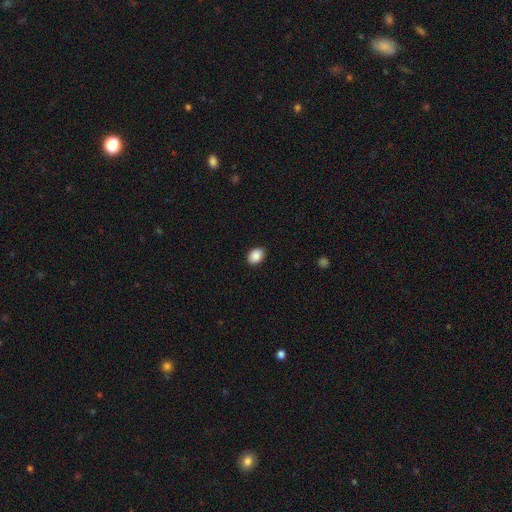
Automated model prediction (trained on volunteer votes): Smooth or featured? Predicted: smooth (p=0.89). How rounded? Predicted: in between (p=0.69). Merging? Predicted: none (p=0.89).